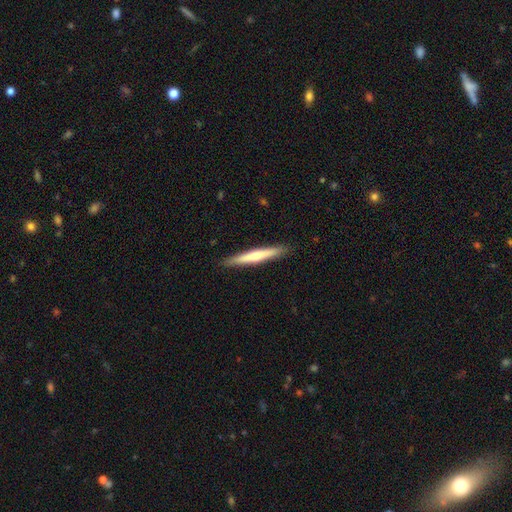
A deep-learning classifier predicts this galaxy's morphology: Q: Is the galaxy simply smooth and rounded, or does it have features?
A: smooth — 51%.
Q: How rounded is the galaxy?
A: cigar-shaped — 96%.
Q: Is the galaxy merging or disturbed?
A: none — 90%.